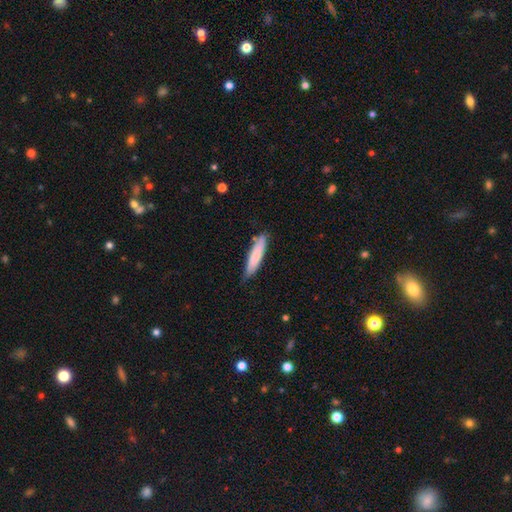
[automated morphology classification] Smooth or featured?
  - smooth: 75% *
  - featured or disk: 20%
  - star or artifact: 5%
How rounded?
  - cigar-shaped: 79% *
  - in between: 19%
  - round: 1%
Merging?
  - none: 73% *
  - minor disturbance: 21%
  - major disturbance: 3%
  - merger: 3%